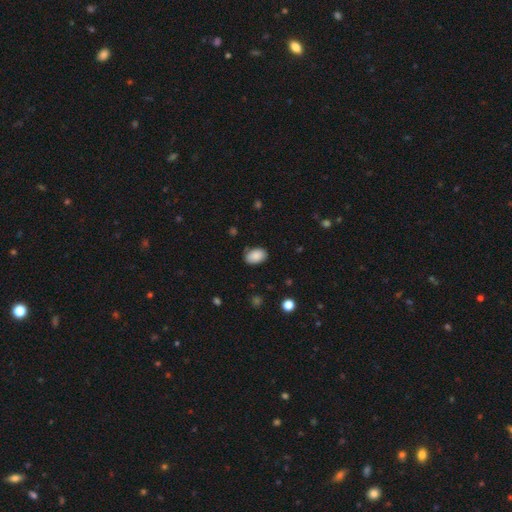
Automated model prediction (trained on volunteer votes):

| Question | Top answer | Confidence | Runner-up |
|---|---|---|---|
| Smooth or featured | smooth | 88% | star or artifact (7%) |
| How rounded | in between | 89% | round (10%) |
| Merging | none | 81% | minor disturbance (14%) |